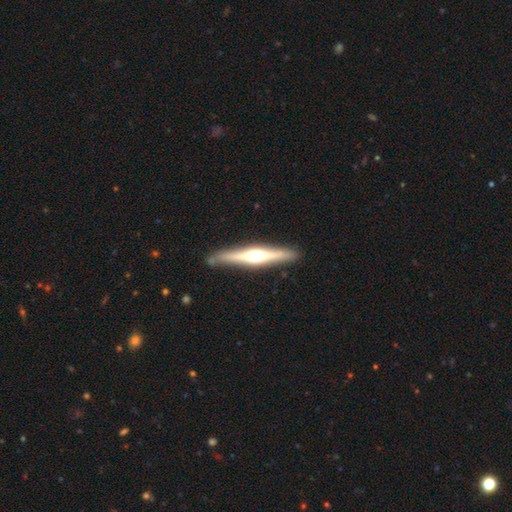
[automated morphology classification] This appears to be a featured or disk galaxy (70%) viewed edge-on (97%) with a rounded central bulge (91%). Merging: none (87%).